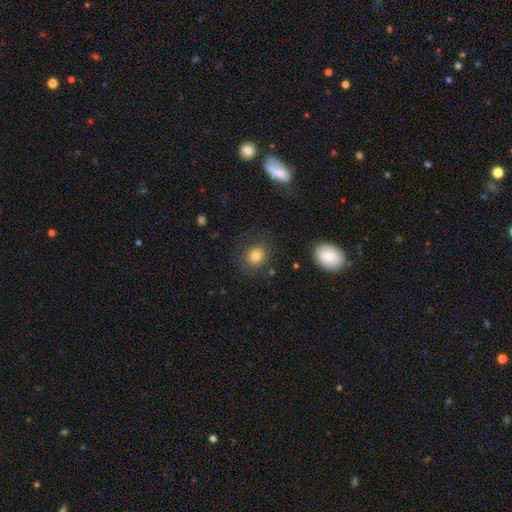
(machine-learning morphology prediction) Smooth or featured?
  - smooth: 80% *
  - star or artifact: 12%
  - featured or disk: 8%
How rounded?
  - round: 78% *
  - in between: 21%
  - cigar-shaped: 1%
Merging?
  - none: 80% *
  - minor disturbance: 12%
  - major disturbance: 6%
  - merger: 2%